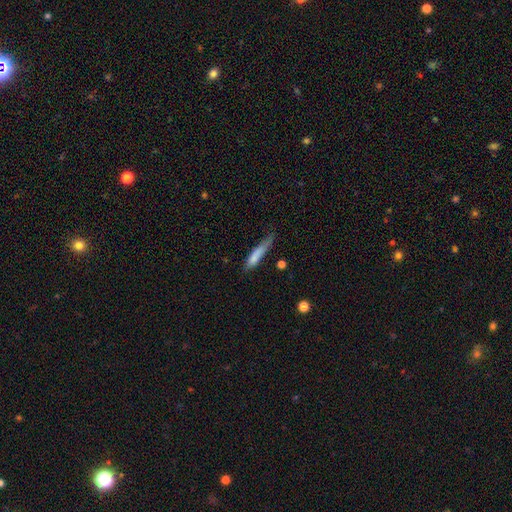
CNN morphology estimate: A smooth galaxy with no disk features (75%) that is cigar-shaped (82%).

Vote fractions:
- Smooth or featured? smooth: 75% / featured or disk: 18% / star or artifact: 7%
- How rounded? cigar-shaped: 82% / in between: 16% / round: 2%
- Merging? none: 47% / minor disturbance: 34% / major disturbance: 14% / merger: 5%